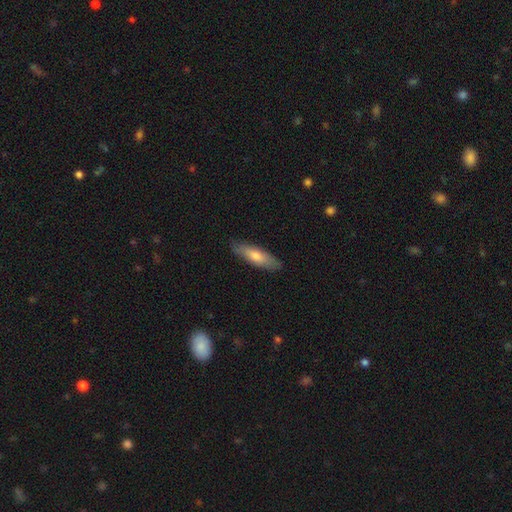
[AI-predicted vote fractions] Smooth or featured: smooth — 67% (featured or disk — 28%)
How rounded: cigar-shaped — 59% (in between — 39%)
Merging: none — 85% (minor disturbance — 11%)